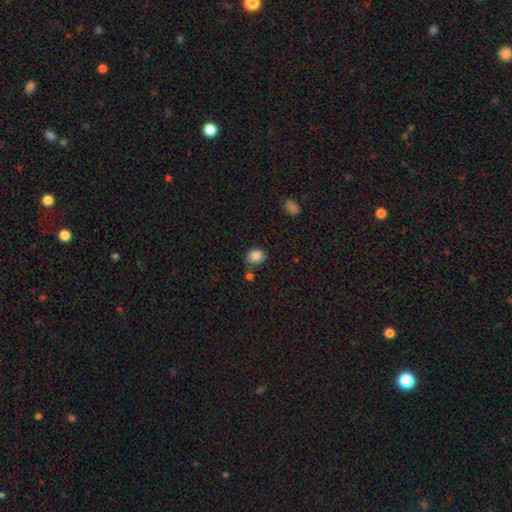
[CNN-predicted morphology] Q: Smooth or featured?
A: smooth (87%); runner-up: star or artifact (9%)
Q: How rounded?
A: round (55%); runner-up: in between (44%)
Q: Merging?
A: none (67%); runner-up: minor disturbance (17%)